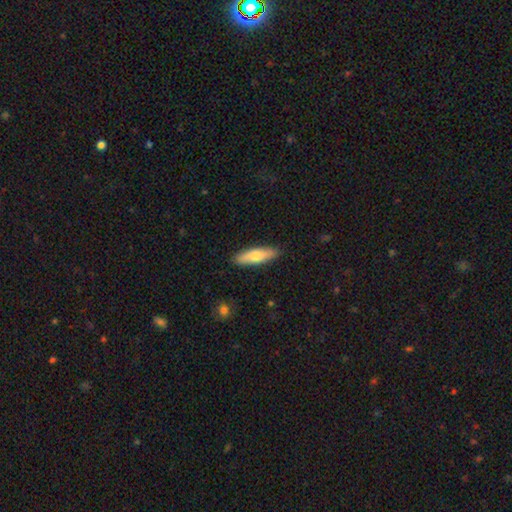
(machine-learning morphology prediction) smooth 69%, featured or disk 26%, star or artifact 5%. Down the decision tree: how rounded — cigar-shaped (59%); merging — none (88%).